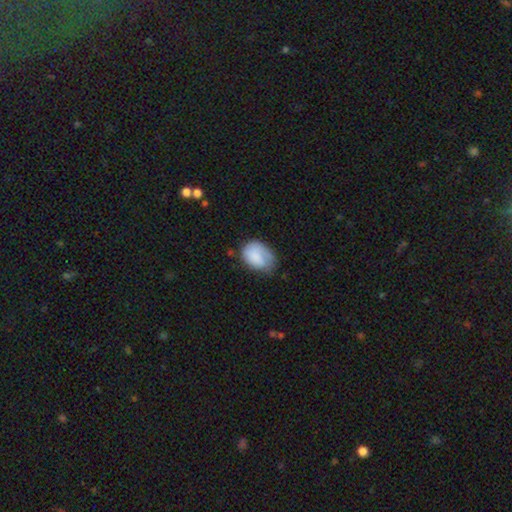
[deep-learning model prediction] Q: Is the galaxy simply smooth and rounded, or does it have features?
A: smooth — 77%.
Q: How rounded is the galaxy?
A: in between — 72%.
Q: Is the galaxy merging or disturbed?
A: none — 47%.